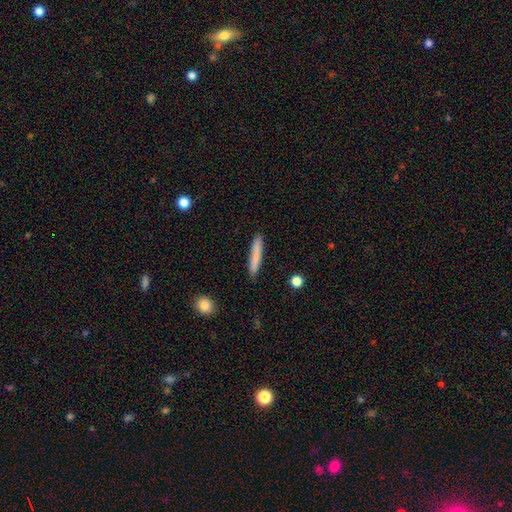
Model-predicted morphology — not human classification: The model was most divided on "smooth or featured": smooth: 80%, featured or disk: 14%, star or artifact: 6%. More confident: how rounded — cigar-shaped (94%); merging — none (90%).